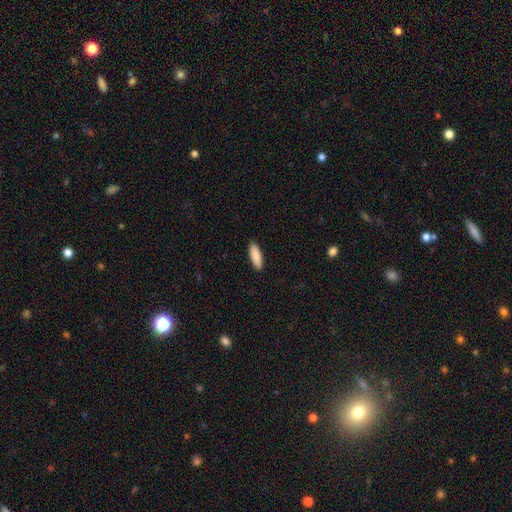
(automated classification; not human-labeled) Overall: smooth (89%). How rounded: in between (52%; cigar-shaped 47%). Merging: none (91%).